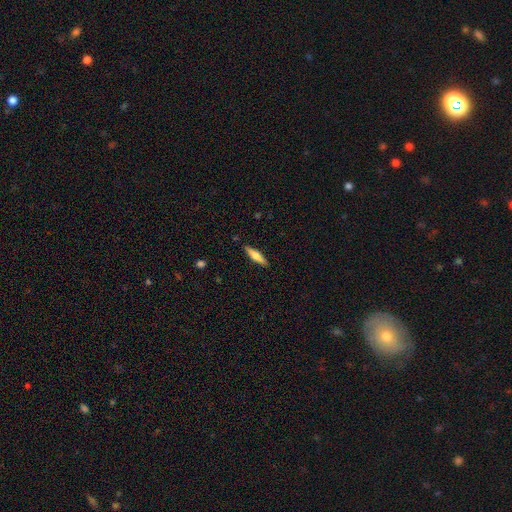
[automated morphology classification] type=smooth (59%); roundness=cigar-shaped (78%); merging=none (89%).